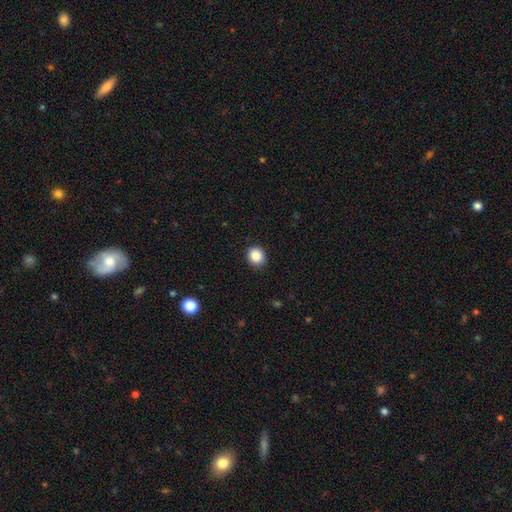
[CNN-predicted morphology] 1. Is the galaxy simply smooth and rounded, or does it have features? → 87% smooth, 9% star or artifact, 3% featured or disk.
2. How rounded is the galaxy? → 84% round, 15% in between, 1% cigar-shaped.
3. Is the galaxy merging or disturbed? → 90% none, 7% minor disturbance, 2% major disturbance, 1% merger.